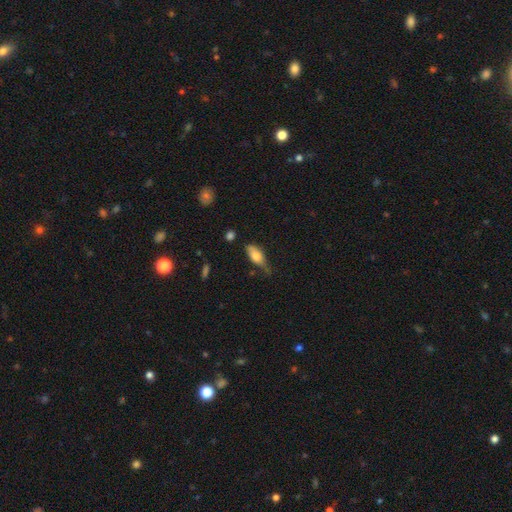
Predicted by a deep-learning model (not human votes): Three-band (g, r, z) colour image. It shows a smooth galaxy with no disk features (70%) that is in between round and cigar-shaped (78%). Merging: none (43%).